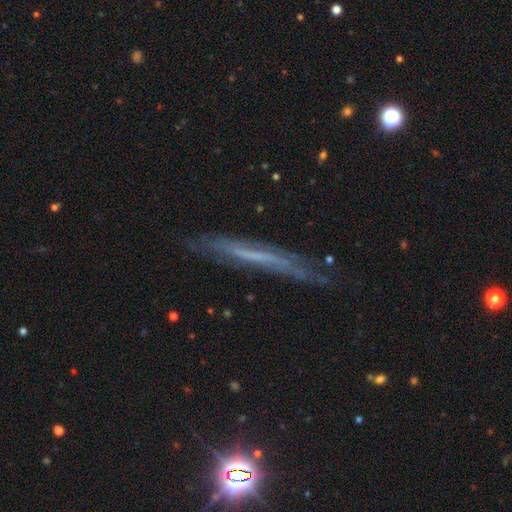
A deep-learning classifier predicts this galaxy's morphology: type=featured or disk (59%); edge-on=yes (80%); merging=none (71%).